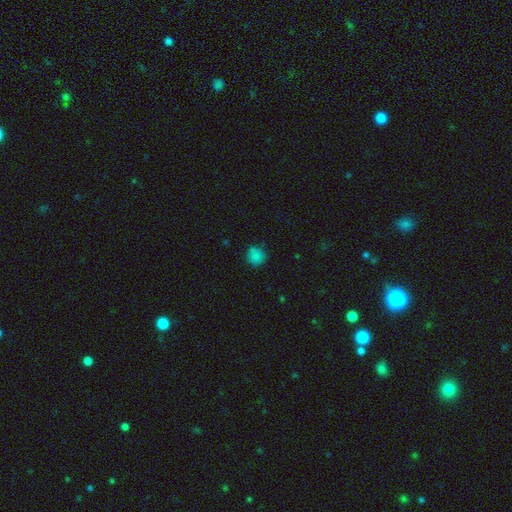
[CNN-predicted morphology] Smooth or featured? smooth (82%)
How rounded? round (88%)
Merging? none (80%)